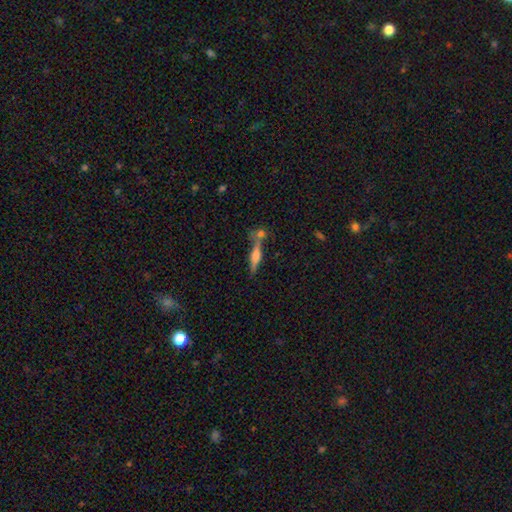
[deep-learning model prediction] This appears to be a featured or disk galaxy (58%) viewed edge-on (95%) with a rounded central bulge (82%). Merging: none (65%).